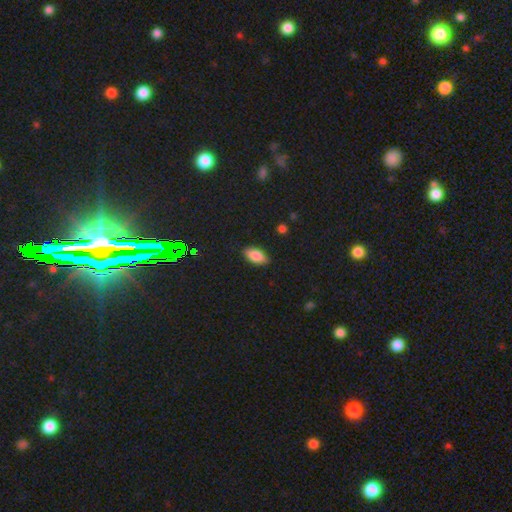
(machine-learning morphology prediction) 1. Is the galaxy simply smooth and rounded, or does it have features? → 82% smooth, 10% featured or disk, 8% star or artifact.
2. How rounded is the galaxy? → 90% in between, 6% cigar-shaped, 4% round.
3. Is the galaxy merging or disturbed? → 84% none, 13% minor disturbance, 2% major disturbance, 1% merger.